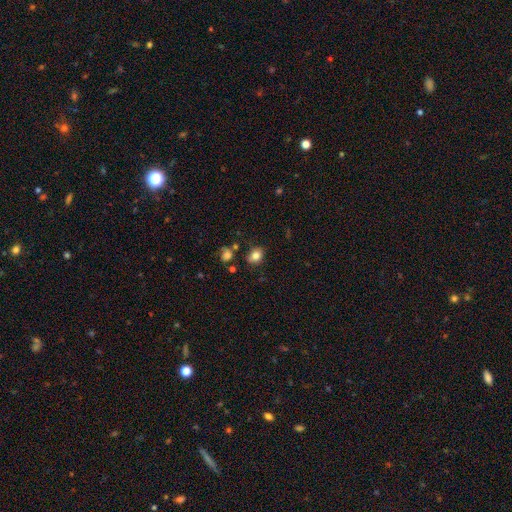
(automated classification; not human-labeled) Morphology: type=smooth (81%); roundness=in between (59%); merging=none (77%).